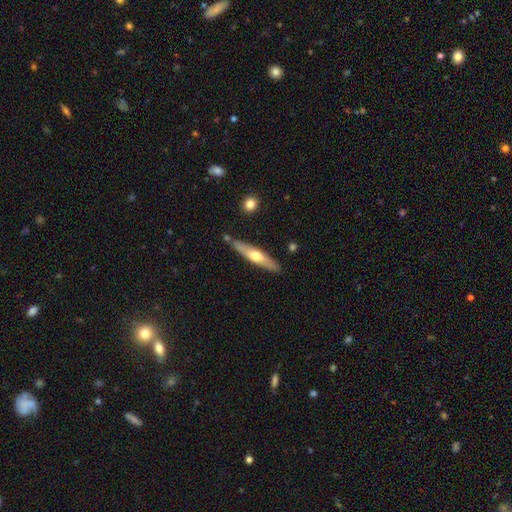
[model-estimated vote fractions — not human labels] A featured or disk galaxy (54%) viewed edge-on (90%). Merging: none (82%).